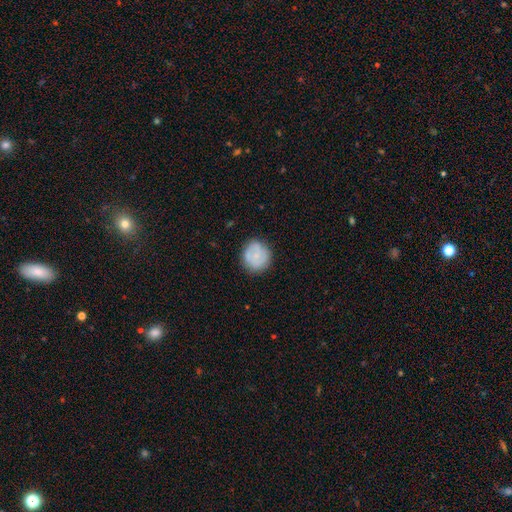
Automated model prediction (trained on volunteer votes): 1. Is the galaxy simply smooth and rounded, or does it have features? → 69% smooth, 24% featured or disk, 7% star or artifact.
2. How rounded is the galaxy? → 89% round, 10% in between, 1% cigar-shaped.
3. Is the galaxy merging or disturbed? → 79% none, 15% minor disturbance, 4% major disturbance, 2% merger.